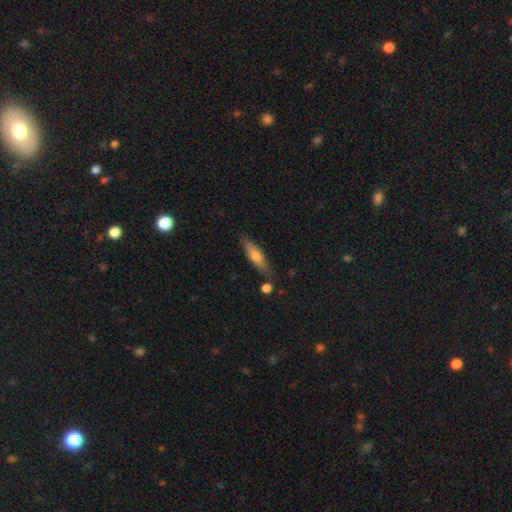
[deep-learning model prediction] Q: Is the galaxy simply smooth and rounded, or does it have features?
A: smooth — 57%.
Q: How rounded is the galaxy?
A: cigar-shaped — 73%.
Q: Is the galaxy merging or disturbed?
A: none — 81%.